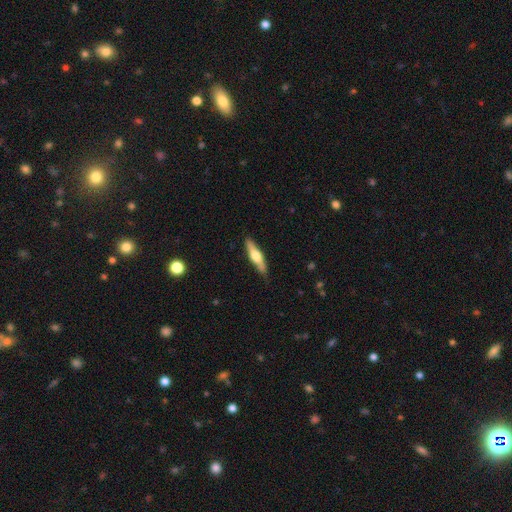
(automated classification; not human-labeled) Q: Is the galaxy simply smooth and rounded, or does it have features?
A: featured or disk — 52%.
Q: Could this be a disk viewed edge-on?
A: yes — 94%.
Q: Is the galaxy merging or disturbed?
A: none — 87%.